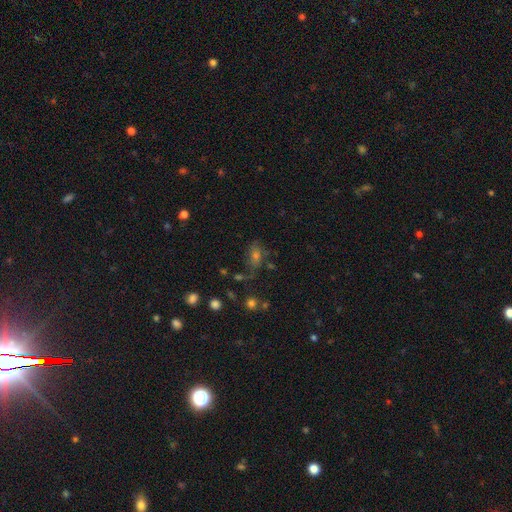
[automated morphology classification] smooth 43%, star or artifact 31%, featured or disk 26%. Down the decision tree: merging — none (58%).